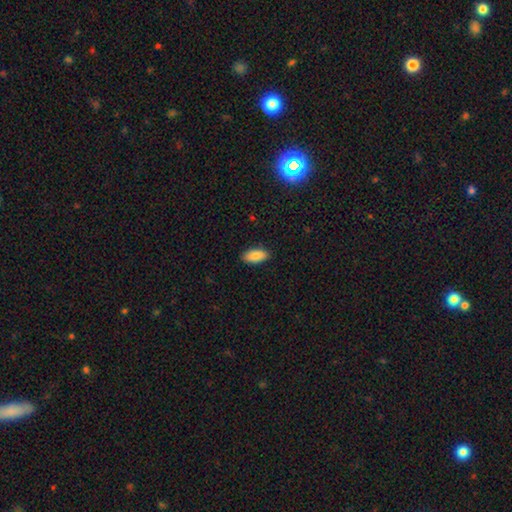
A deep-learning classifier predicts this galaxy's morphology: This is clearly a smooth galaxy (86%). How rounded: clearly in between (91%). Merging: clearly none (88%).